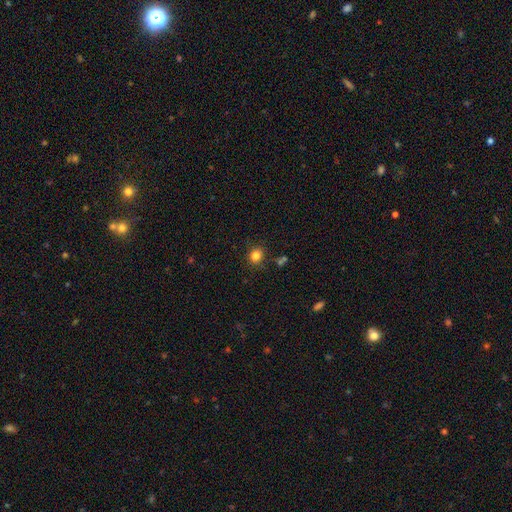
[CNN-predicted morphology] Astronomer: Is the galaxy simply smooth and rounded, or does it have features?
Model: smooth — 82%.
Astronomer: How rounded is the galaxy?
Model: round — 84%.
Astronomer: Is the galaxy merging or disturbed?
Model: none — 85%.